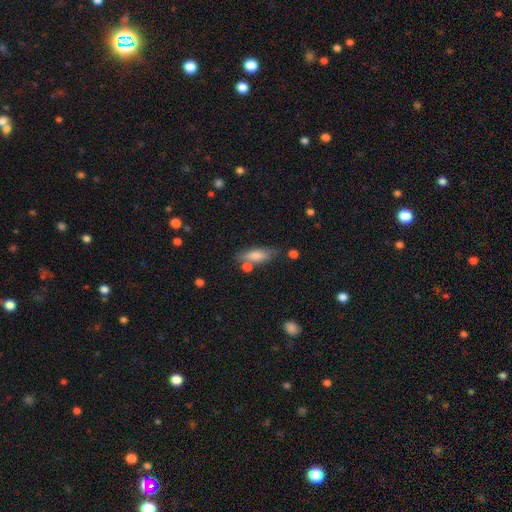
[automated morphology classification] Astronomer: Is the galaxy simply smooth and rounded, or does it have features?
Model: smooth — 74%.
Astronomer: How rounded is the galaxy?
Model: in between — 58% (runner-up: cigar-shaped, 39%).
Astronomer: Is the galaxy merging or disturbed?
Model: none — 67%.